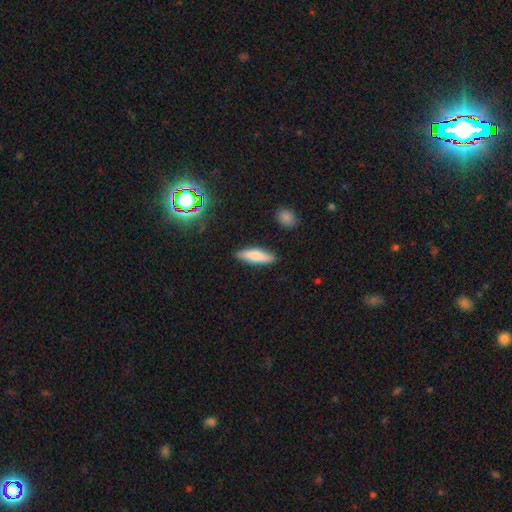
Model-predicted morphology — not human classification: Q: Smooth or featured?
A: smooth (75%); runner-up: featured or disk (18%)
Q: How rounded?
A: cigar-shaped (61%); runner-up: in between (38%)
Q: Merging?
A: none (85%); runner-up: minor disturbance (11%)